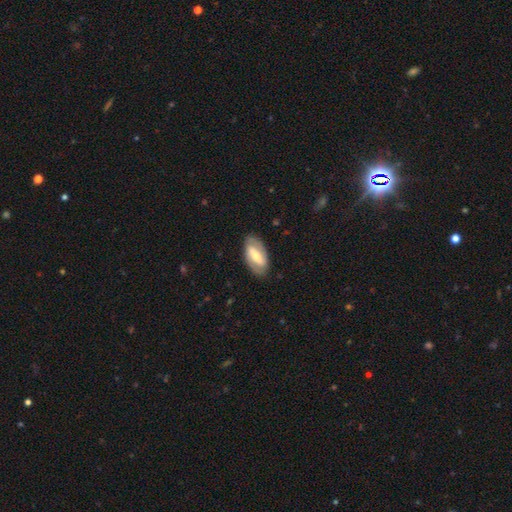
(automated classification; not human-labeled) Morphology: type=featured or disk (65%); edge-on=no (90%); bar=strong (61%); spiral arms=yes (65%); bulge=moderate (57%); merging=none (84%).